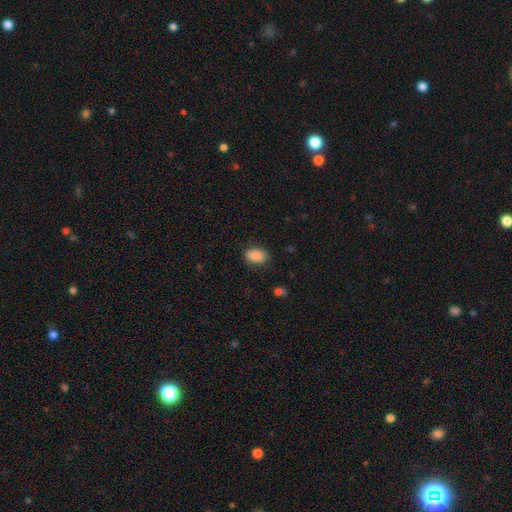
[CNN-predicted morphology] smooth-or-featured: smooth: 88% | star or artifact: 8% | featured or disk: 5%
  how-rounded: in between: 81% | round: 18% | cigar-shaped: 1%
  merging: none: 81% | minor disturbance: 14% | major disturbance: 4% | merger: 1%